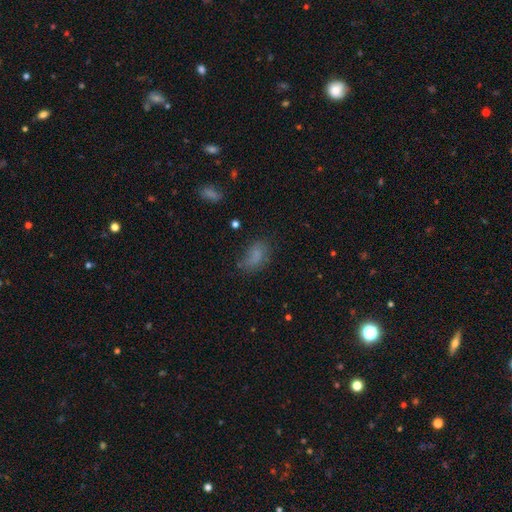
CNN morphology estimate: Smooth or featured? smooth (72%)
How rounded? in between (88%)
Merging? none (55%)